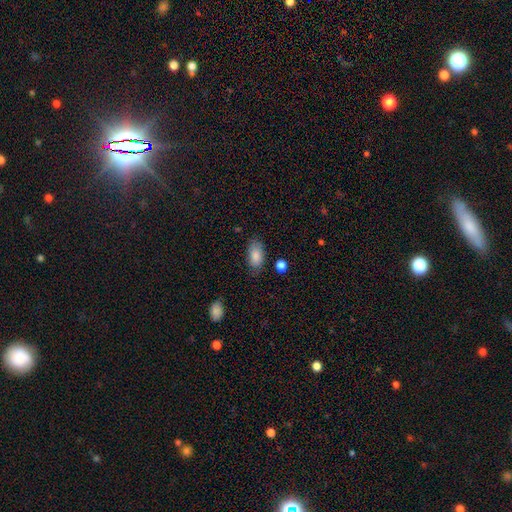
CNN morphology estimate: Smooth or featured?
  - smooth: 85% *
  - featured or disk: 8%
  - star or artifact: 7%
How rounded?
  - in between: 93% *
  - round: 4%
  - cigar-shaped: 3%
Merging?
  - none: 73% *
  - minor disturbance: 20%
  - major disturbance: 5%
  - merger: 2%